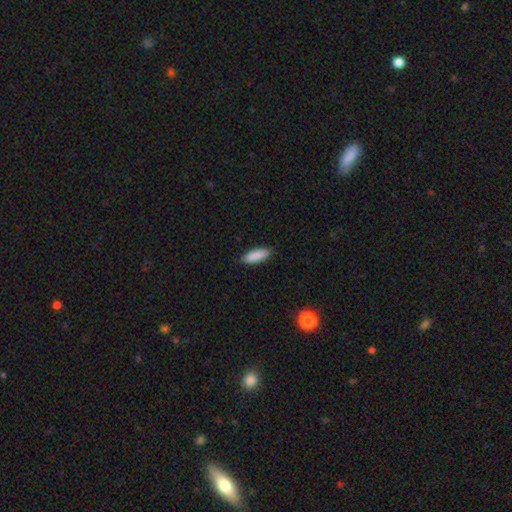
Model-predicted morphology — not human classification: smooth_or_featured: smooth (p=0.89) [alt: star or artifact p=0.06]
how_rounded: in between (p=0.58) [alt: cigar-shaped p=0.40]
merging: none (p=0.87) [alt: minor disturbance p=0.11]